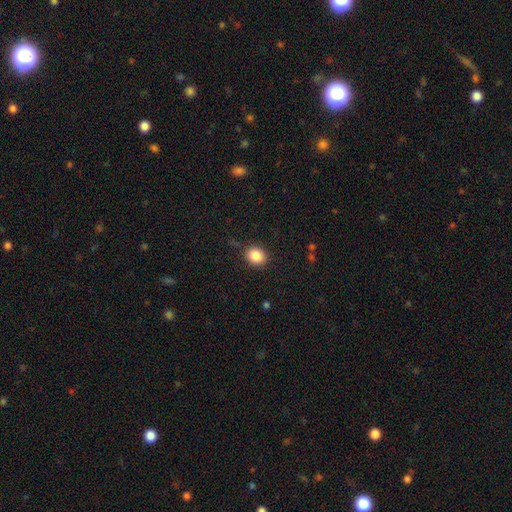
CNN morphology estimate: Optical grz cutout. It shows a smooth galaxy with no disk features (86%) that is round (63%). Merging: none (86%).